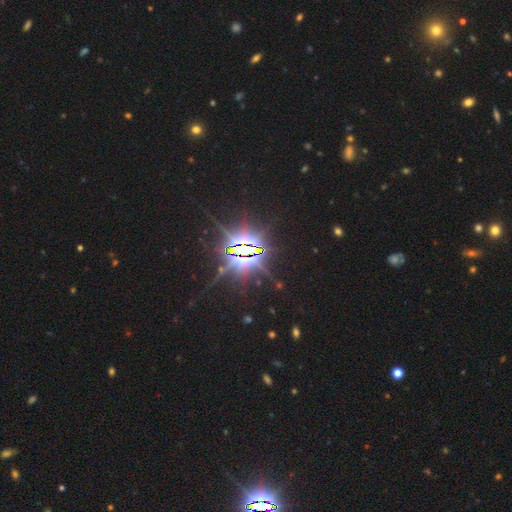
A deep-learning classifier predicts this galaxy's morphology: star or artifact 85%, featured or disk 9%, smooth 6%.